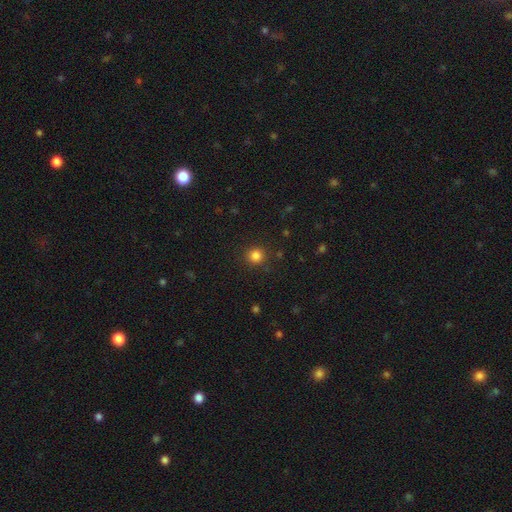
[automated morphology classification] smooth_or_featured: smooth (p=0.83) [alt: star or artifact p=0.13]
how_rounded: round (p=0.93) [alt: in between p=0.06]
merging: none (p=0.90) [alt: minor disturbance p=0.06]